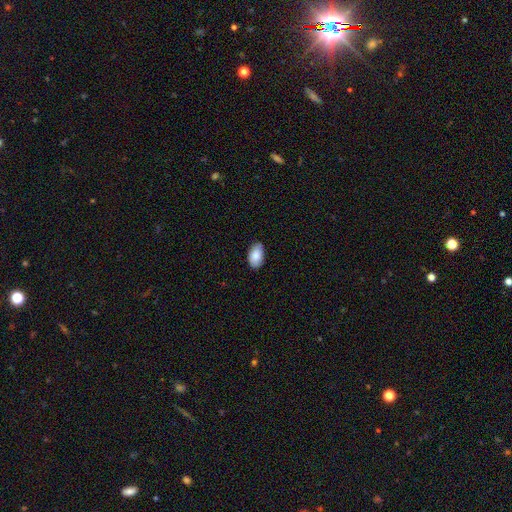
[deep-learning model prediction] Smooth or featured? Predicted: smooth (p=0.85). How rounded? Predicted: in between (p=0.93). Merging? Predicted: none (p=0.80).